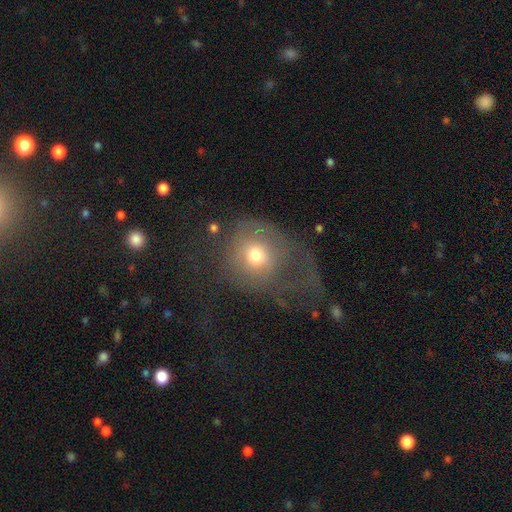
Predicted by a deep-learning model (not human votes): This appears to be a smooth galaxy with no disk features (58%) that is round (81%). Merging: major disturbance (53%).